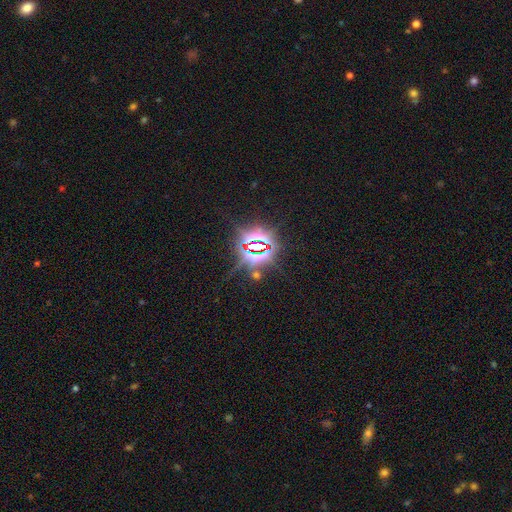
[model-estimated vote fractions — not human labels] star or artifact 84%, smooth 10%, featured or disk 6%.